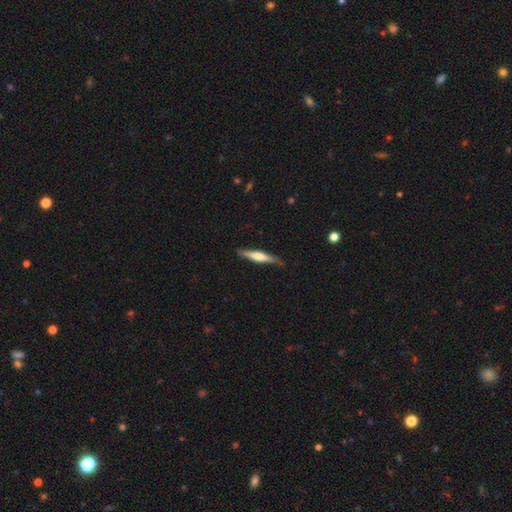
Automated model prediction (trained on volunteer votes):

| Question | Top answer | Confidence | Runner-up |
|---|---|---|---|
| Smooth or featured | featured or disk | 56% | smooth (38%) |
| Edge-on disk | yes | 96% | no (4%) |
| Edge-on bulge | rounded | 58% | boxy (30%) |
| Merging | none | 83% | minor disturbance (14%) |